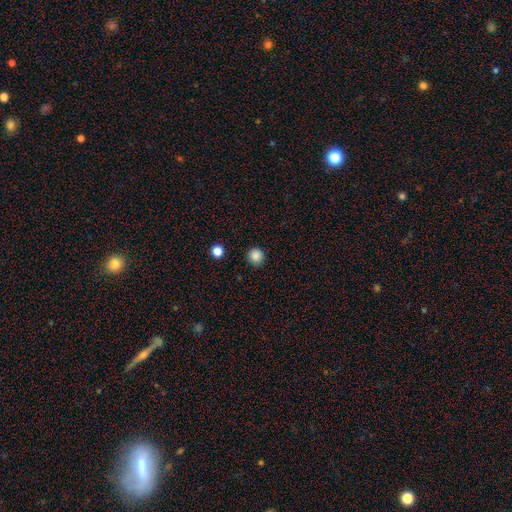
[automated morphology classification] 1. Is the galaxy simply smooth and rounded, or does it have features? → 86% smooth, 11% star or artifact, 3% featured or disk.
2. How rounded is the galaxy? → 94% round, 5% in between, 1% cigar-shaped.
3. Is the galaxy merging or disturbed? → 89% none, 8% minor disturbance, 2% major disturbance, 2% merger.